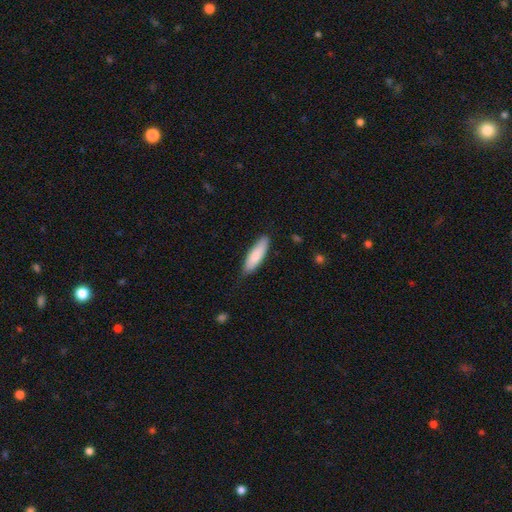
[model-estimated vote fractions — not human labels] smooth 84%, featured or disk 11%, star or artifact 5%. Down the decision tree: how rounded — cigar-shaped (58%); merging — none (78%).